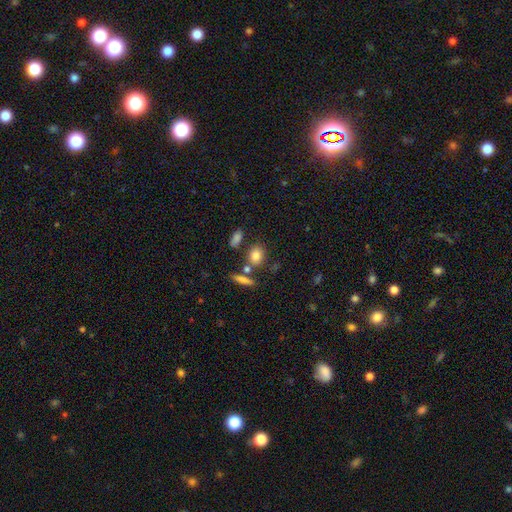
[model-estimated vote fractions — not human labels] Smooth or featured?
  - smooth: 82% *
  - star or artifact: 10%
  - featured or disk: 8%
How rounded?
  - in between: 48% * (tied)
  - round: 48% * (tied)
  - cigar-shaped: 5%
Merging?
  - none: 69% *
  - merger: 15%
  - minor disturbance: 12%
  - major disturbance: 4%